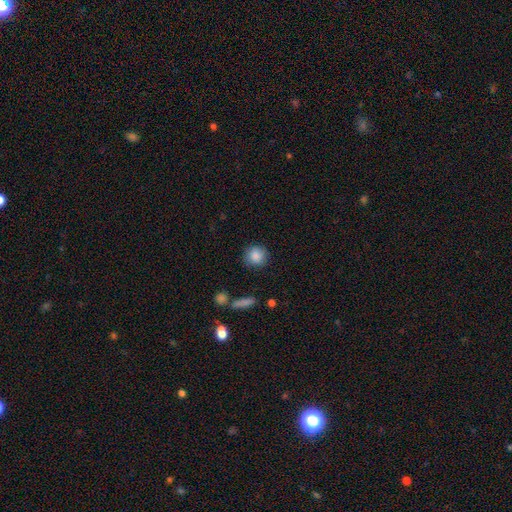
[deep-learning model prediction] Smooth or featured?
  - smooth: 86% *
  - star or artifact: 8%
  - featured or disk: 5%
How rounded?
  - round: 90% *
  - in between: 9%
  - cigar-shaped: 1%
Merging?
  - none: 85% *
  - minor disturbance: 10%
  - major disturbance: 3%
  - merger: 2%